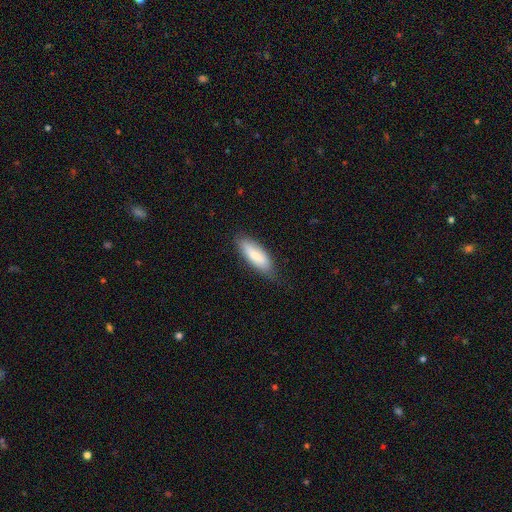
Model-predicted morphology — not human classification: Smooth or featured? Predicted: smooth (p=0.81). How rounded? Predicted: in between (p=0.60). Merging? Predicted: none (p=0.72).